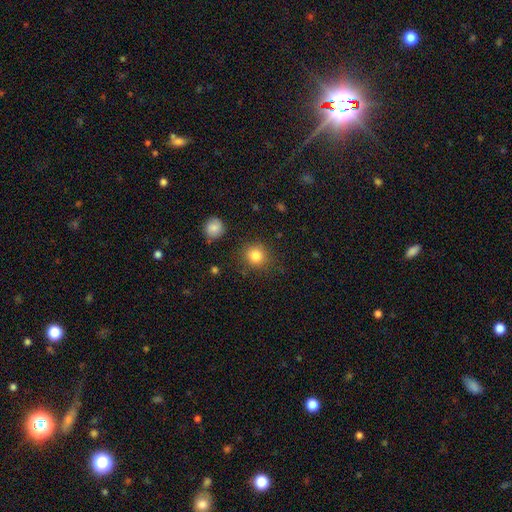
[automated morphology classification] type=smooth (83%); roundness=round (90%); merging=none (86%).